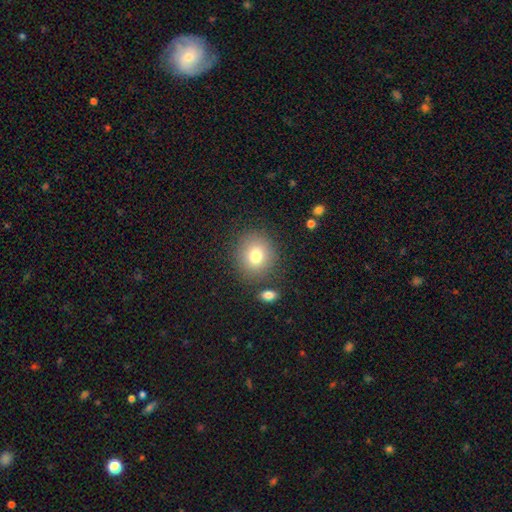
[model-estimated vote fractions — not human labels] Smooth or featured? Predicted: smooth (p=0.77). How rounded? Predicted: round (p=0.83). Merging? Predicted: none (p=0.83).